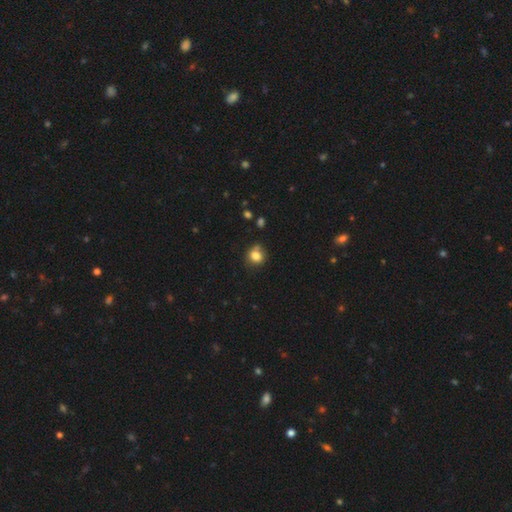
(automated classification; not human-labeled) This appears to be a smooth galaxy with no disk features (81%) that is round (72%). Merging: none (61%).